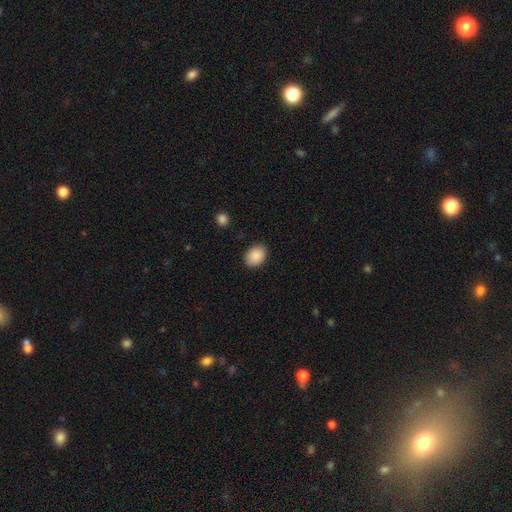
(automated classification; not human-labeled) Smooth or featured: smooth — 89% (star or artifact — 7%)
How rounded: in between — 70% (round — 29%)
Merging: none — 88% (minor disturbance — 9%)